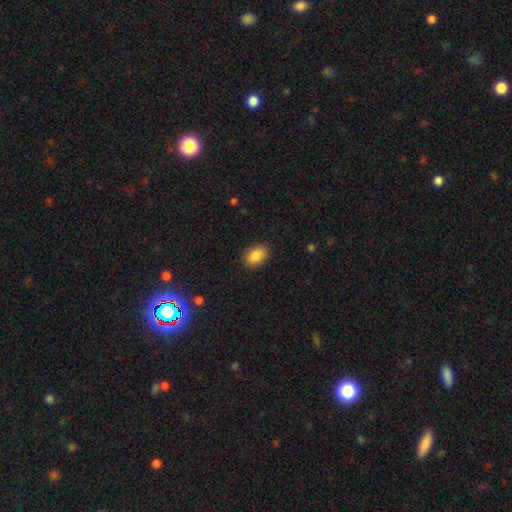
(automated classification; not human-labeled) A smooth galaxy with no disk features (86%) that is in between round and cigar-shaped (86%). Merging: none (89%).